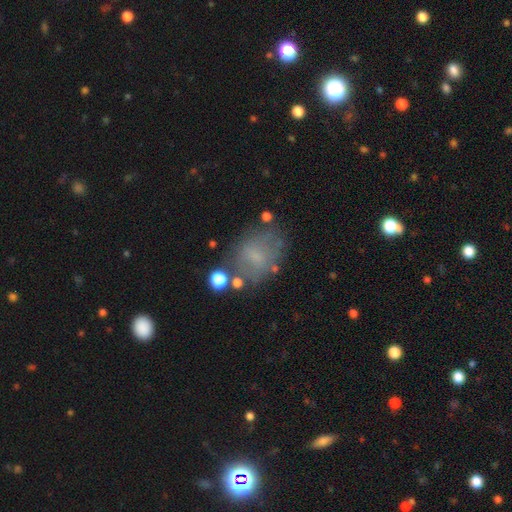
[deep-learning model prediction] This appears to be a smooth galaxy with no disk features (53%) that is in between round and cigar-shaped (63%). Merging: none (61%).